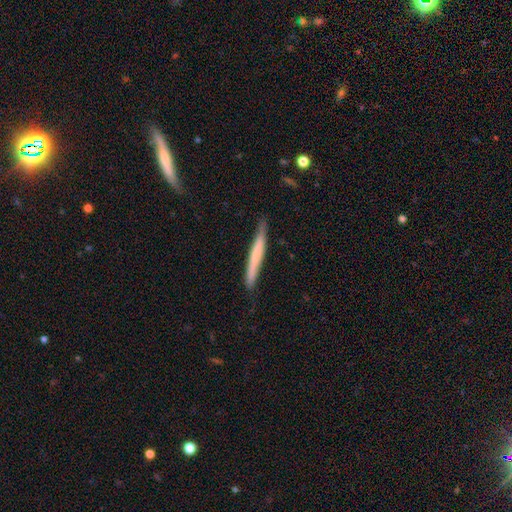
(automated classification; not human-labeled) The model was most divided on "smooth or featured": smooth: 56%, featured or disk: 38%, star or artifact: 6%. More confident: how rounded — cigar-shaped (97%); merging — none (82%).